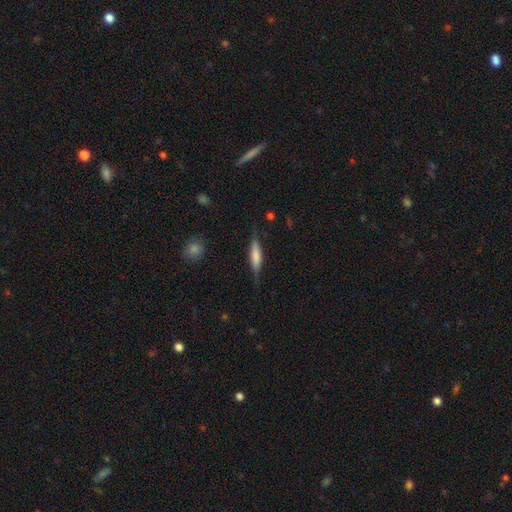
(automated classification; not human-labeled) smooth 54%, featured or disk 39%, star or artifact 6%. Down the decision tree: how rounded — cigar-shaped (74%); merging — none (78%).